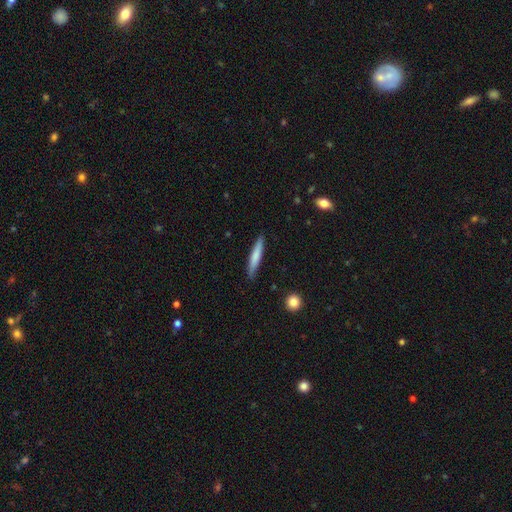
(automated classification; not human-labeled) smooth_or_featured: smooth (p=0.71) [alt: featured or disk p=0.24]
how_rounded: cigar-shaped (p=0.92) [alt: in between p=0.06]
merging: none (p=0.86) [alt: minor disturbance p=0.10]